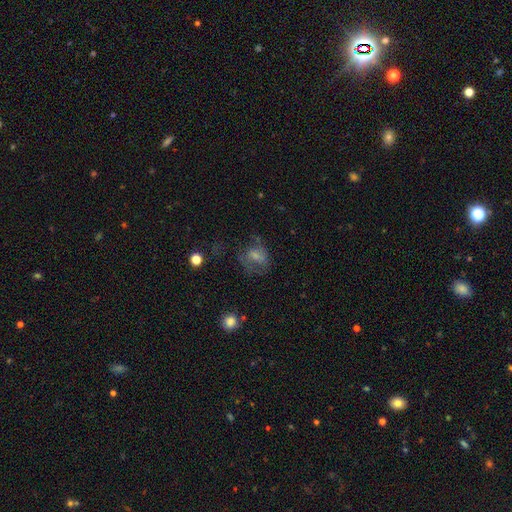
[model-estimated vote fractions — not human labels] Morphology: type=smooth (48%); merging=major disturbance (38%).